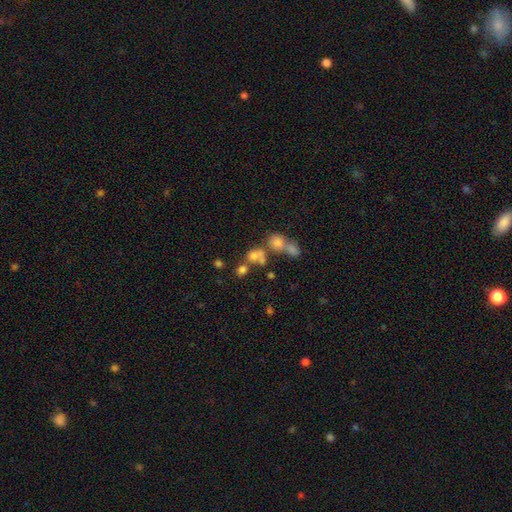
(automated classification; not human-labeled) smooth 55%, star or artifact 24%, featured or disk 21%. Down the decision tree: how rounded — round (66%); merging — merger (48%).